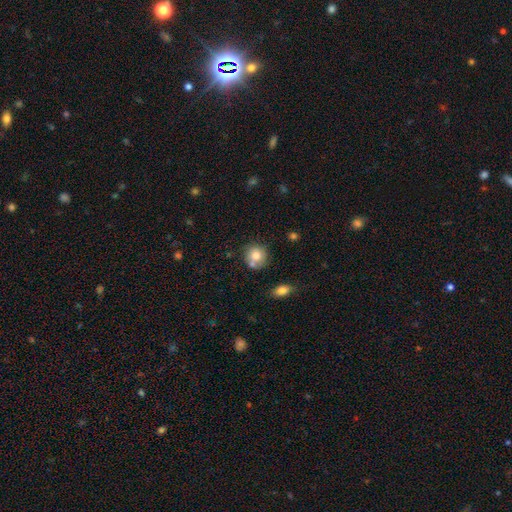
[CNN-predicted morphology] Overall: smooth (77%). How rounded: round (87%). Merging: none (64%).